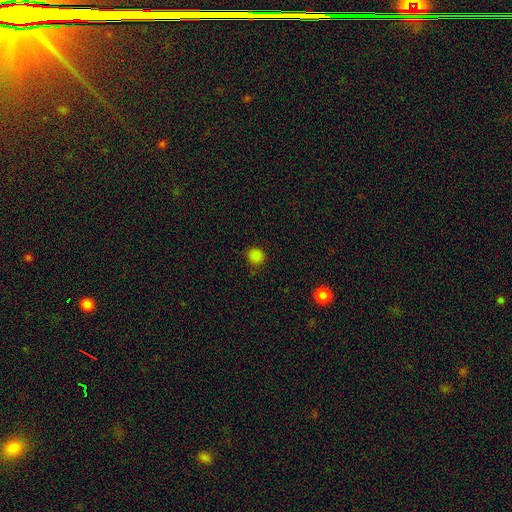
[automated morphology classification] Overall: smooth (81%). How rounded: round (90%). Merging: none (82%).